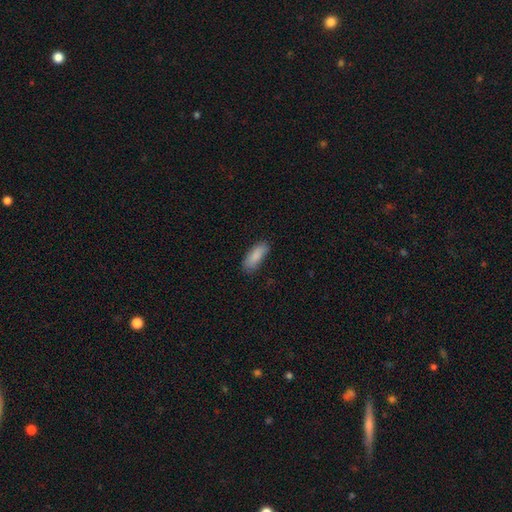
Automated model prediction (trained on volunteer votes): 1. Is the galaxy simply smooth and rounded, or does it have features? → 86% smooth, 8% featured or disk, 6% star or artifact.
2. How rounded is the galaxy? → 74% in between, 24% cigar-shaped, 2% round.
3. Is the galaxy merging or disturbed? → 79% none, 17% minor disturbance, 3% major disturbance, 1% merger.